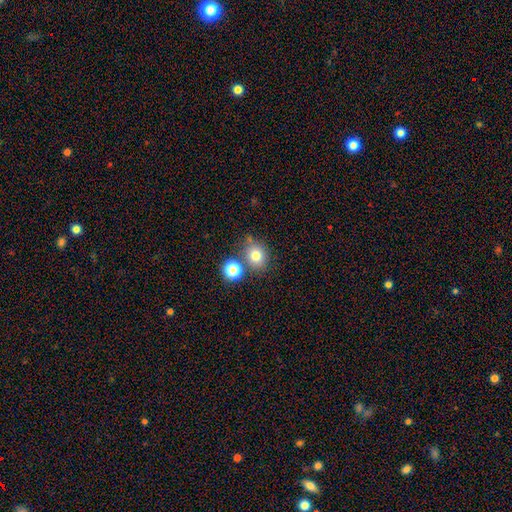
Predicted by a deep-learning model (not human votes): Overall: smooth (77%). How rounded: round (72%). Merging: none (67%).